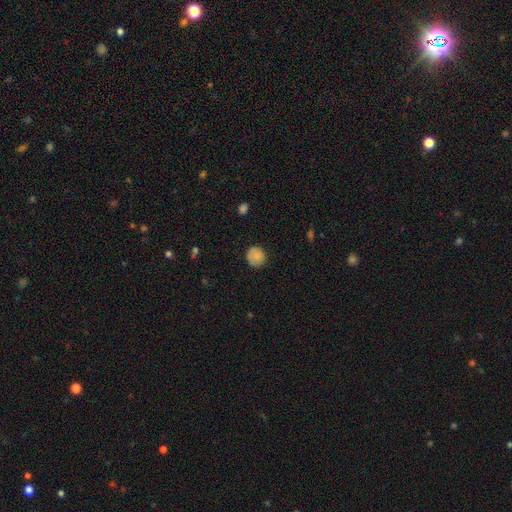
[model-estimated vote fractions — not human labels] A smooth galaxy with no disk features (79%) that is round (90%). Merging: none (82%).